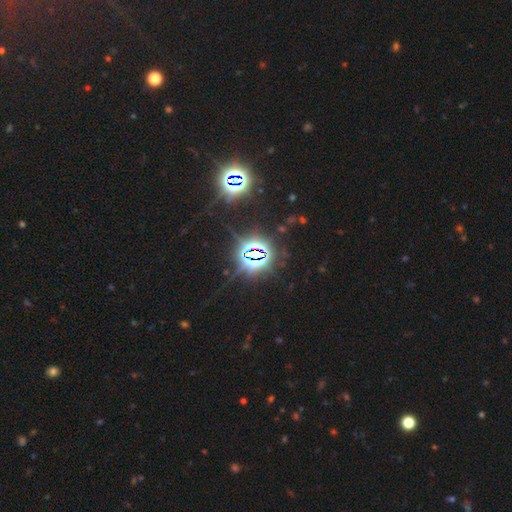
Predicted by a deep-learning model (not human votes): This is clearly a star or artifact rather than a galaxy (85%).